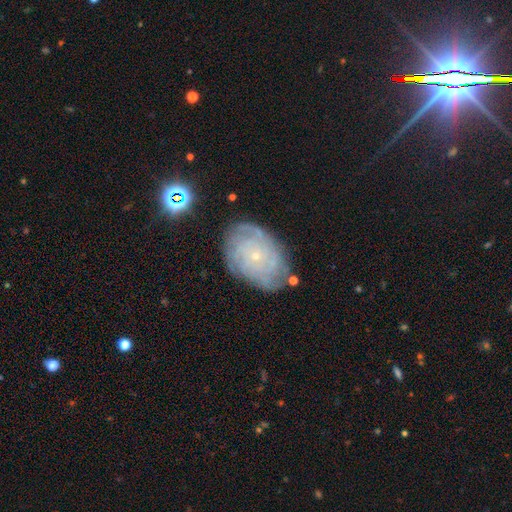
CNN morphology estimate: Smooth or featured: featured or disk — 74% (smooth — 16%)
Edge-on disk: no — 97% (yes — 3%)
Bar: no — 84% (weak — 14%)
Spiral arms: yes — 91% (no — 9%)
Spiral winding: tight — 75% (medium — 20%)
Spiral arm count: can't tell — 42% (4 — 19%)
Bulge size: small — 88% (moderate — 8%)
Merging: none — 75% (minor disturbance — 17%)